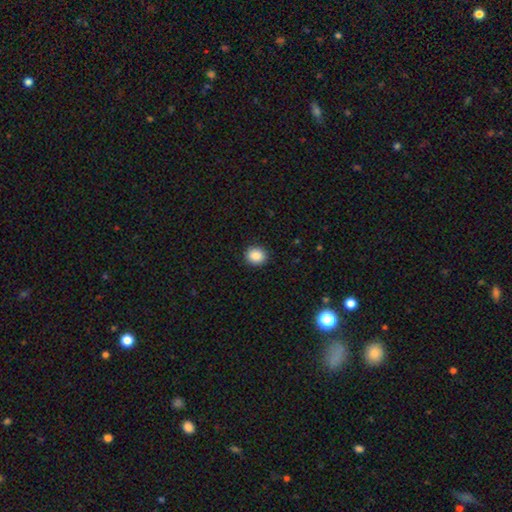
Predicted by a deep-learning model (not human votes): This appears to be a smooth galaxy with no disk features (89%) that is round (78%). Merging: none (91%).